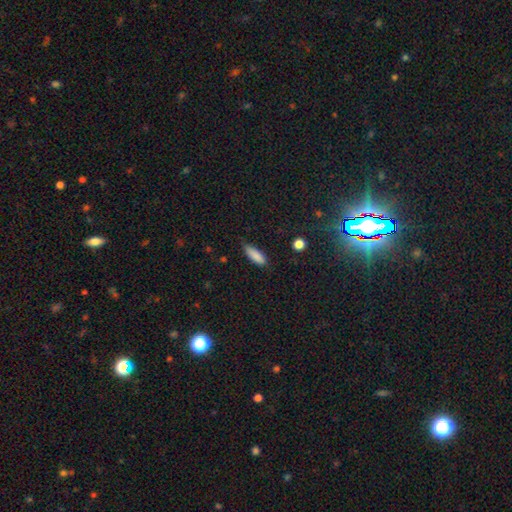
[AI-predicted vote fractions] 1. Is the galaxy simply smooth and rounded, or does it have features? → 86% smooth, 7% star or artifact, 7% featured or disk.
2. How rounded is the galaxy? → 59% in between, 39% cigar-shaped, 2% round.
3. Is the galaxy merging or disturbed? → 70% none, 24% minor disturbance, 4% major disturbance, 2% merger.